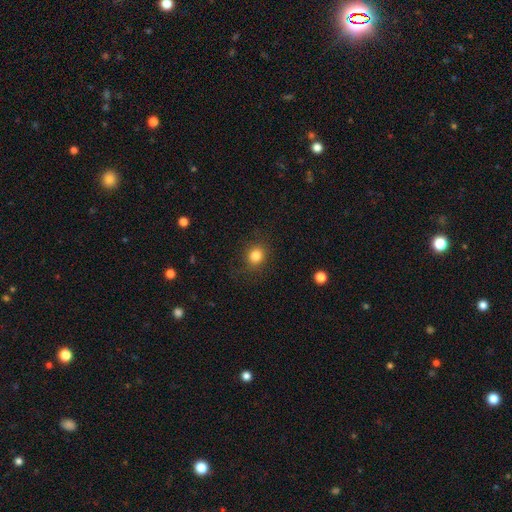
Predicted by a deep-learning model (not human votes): Smooth or featured? smooth (83%)
How rounded? round (79%)
Merging? none (85%)